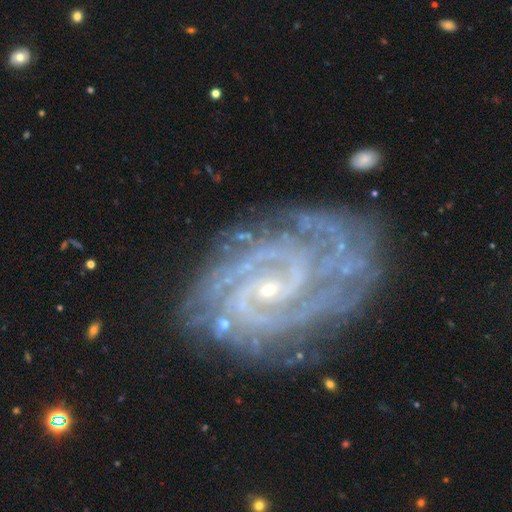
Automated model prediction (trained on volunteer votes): Smooth or featured? Predicted: featured or disk (p=0.92). Edge-on disk? Predicted: no (p=0.97). Bar? Predicted: no (p=0.49). Spiral arms? Predicted: yes (p=0.98). Spiral winding? Predicted: tight (p=0.67). Spiral arm count? Predicted: 2 (p=0.47). Bulge size? Predicted: small (p=0.83). Merging? Predicted: none (p=0.72).